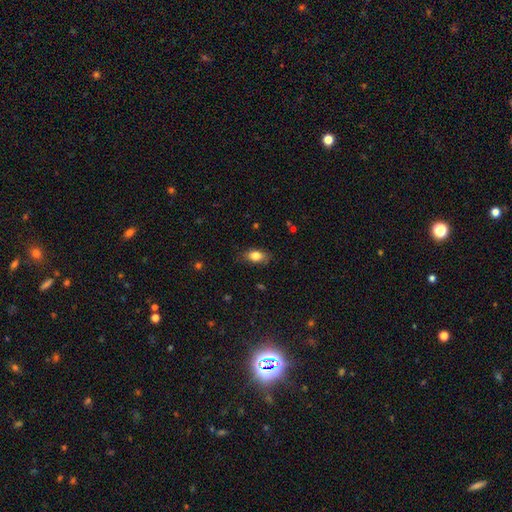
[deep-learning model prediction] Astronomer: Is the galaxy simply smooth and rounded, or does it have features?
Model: smooth — 81%.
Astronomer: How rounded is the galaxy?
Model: in between — 85%.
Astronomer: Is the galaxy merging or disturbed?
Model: none — 76%.